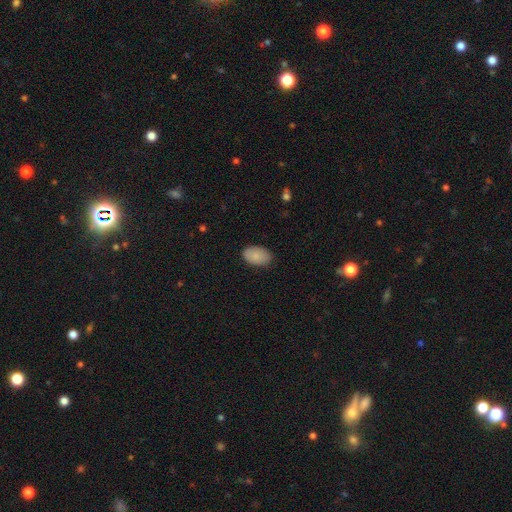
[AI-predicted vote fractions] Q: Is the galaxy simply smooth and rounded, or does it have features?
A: smooth — 87%.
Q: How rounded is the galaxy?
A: in between — 91%.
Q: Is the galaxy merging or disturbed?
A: none — 84%.